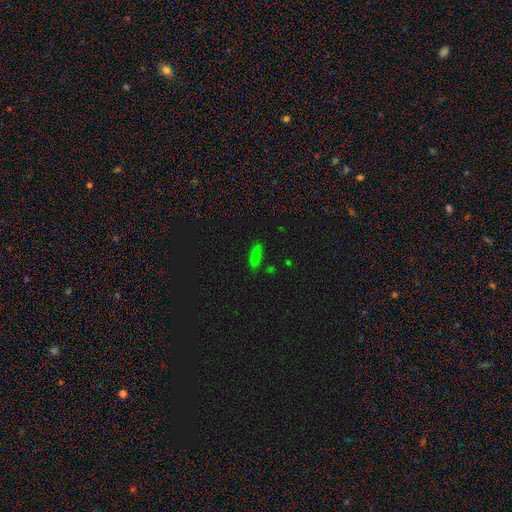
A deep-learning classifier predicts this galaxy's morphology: Overall: smooth (74%). How rounded: in between (54%; cigar-shaped 42%). Merging: none (81%).